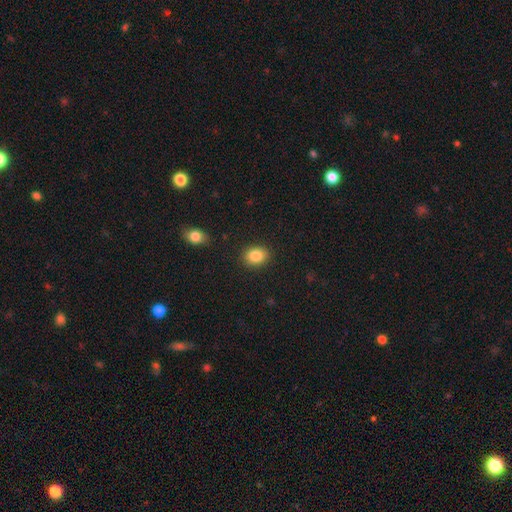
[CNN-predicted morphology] smooth_or_featured: smooth (p=0.86) [alt: star or artifact p=0.09]
how_rounded: in between (p=0.55) [alt: round p=0.44]
merging: none (p=0.88) [alt: minor disturbance p=0.09]